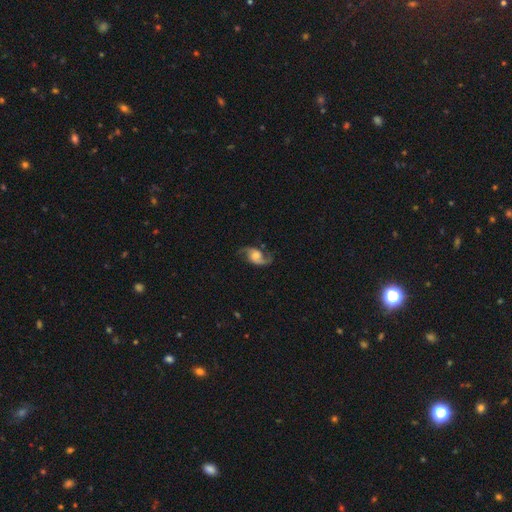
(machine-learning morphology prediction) smooth-or-featured: featured or disk: 86% | smooth: 8% | star or artifact: 6%
  disk-edge-on: no: 97% | yes: 3%
    bar: no: 56% | weak: 35% | strong: 9%
    has-spiral-arms: yes: 97% | no: 3%
      spiral-winding: loose: 54% | medium: 38% | tight: 9%
      spiral-arm-count: 2: 93% | 1: 2% | can't tell: 2% | 3: 1% | 4: 1% | more than 4: 1%
    bulge-size: moderate: 45% | small: 22% | large: 21% | none: 9% | dominant: 3%
  merging: none: 77% | minor disturbance: 14% | major disturbance: 7% | merger: 2%